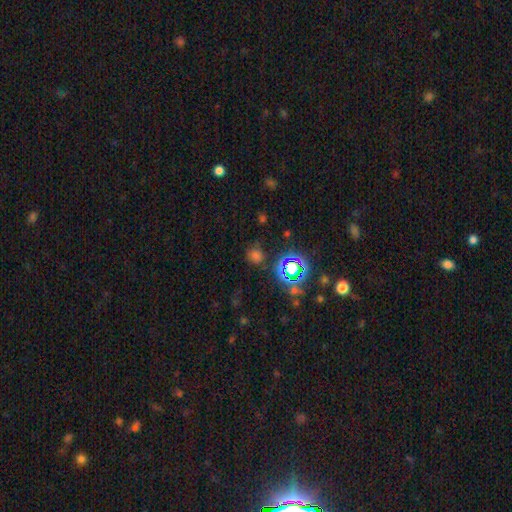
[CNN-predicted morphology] smooth 49%, star or artifact 44%, featured or disk 7%. Down the decision tree: merging — none (78%).